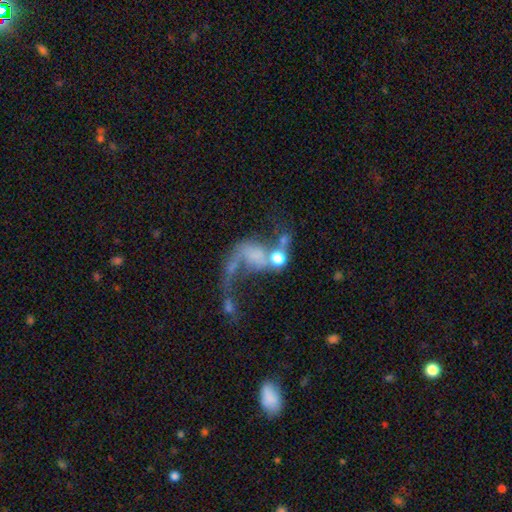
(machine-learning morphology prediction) smooth-or-featured: featured or disk: 66% | smooth: 21% | star or artifact: 13%
  disk-edge-on: no: 97% | yes: 3%
    bar: no: 68% | weak: 22% | strong: 10%
    has-spiral-arms: yes: 72% | no: 28%
    bulge-size: none: 45% | small: 21% | moderate: 18% | large: 10% | dominant: 6%
  merging: merger: 35% | major disturbance: 32% | none: 23% | minor disturbance: 11%